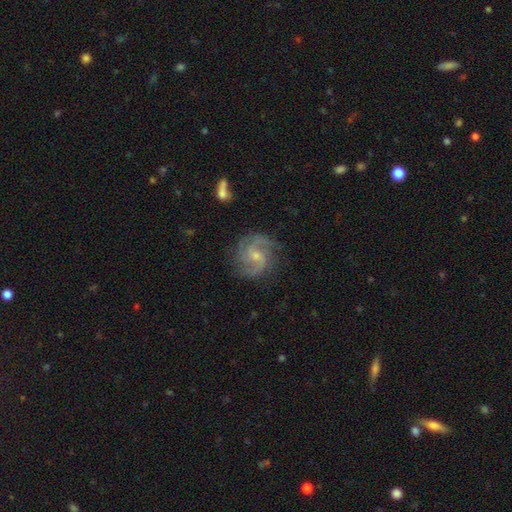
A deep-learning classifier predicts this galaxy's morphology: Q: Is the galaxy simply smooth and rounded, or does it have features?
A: featured or disk — 88%.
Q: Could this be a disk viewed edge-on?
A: no — 98%.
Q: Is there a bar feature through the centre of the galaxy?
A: no — 54%.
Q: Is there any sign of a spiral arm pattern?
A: yes — 98%.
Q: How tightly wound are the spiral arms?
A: medium — 54%.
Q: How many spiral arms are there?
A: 2 — 51%.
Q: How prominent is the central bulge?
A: small — 63%.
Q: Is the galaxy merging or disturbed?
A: none — 76%.